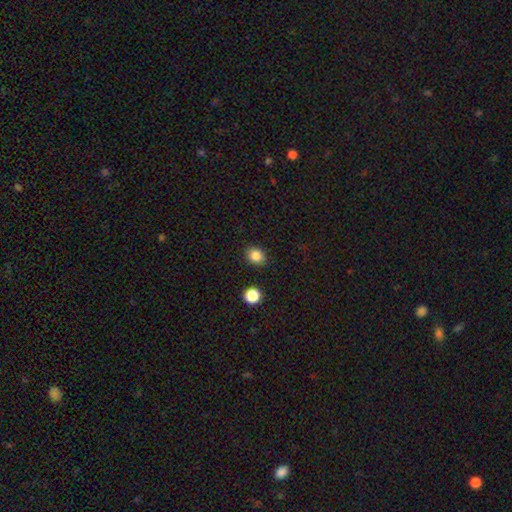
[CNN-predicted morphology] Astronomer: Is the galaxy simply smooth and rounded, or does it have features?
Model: smooth — 85%.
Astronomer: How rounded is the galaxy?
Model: round — 60% (runner-up: in between, 39%).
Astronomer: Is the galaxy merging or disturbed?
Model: none — 88%.